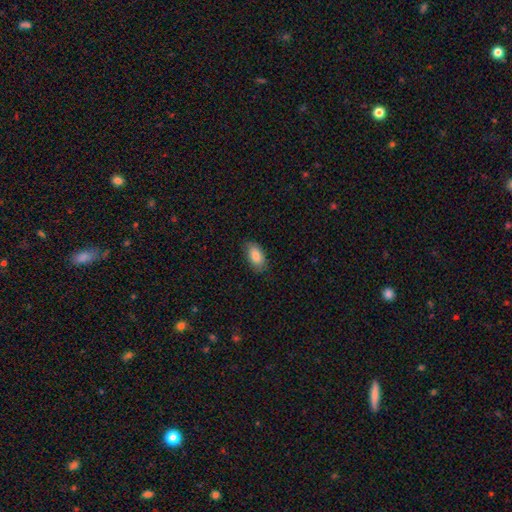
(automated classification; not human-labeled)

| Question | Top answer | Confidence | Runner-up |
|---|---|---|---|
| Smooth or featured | smooth | 85% | featured or disk (9%) |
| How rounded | in between | 93% | round (4%) |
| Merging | none | 81% | minor disturbance (15%) |